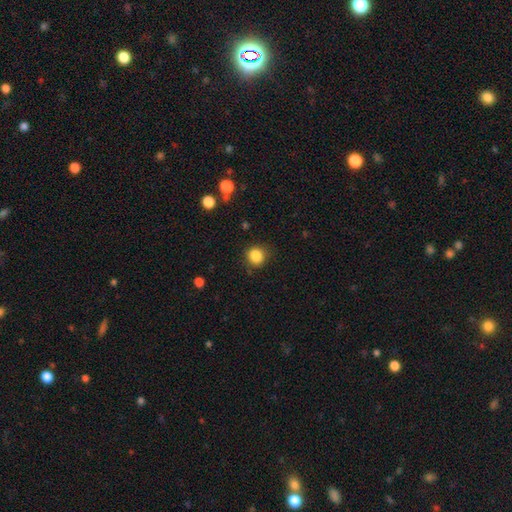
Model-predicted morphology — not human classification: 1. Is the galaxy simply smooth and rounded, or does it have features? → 85% smooth, 11% star or artifact, 4% featured or disk.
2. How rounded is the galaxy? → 84% round, 15% in between, 1% cigar-shaped.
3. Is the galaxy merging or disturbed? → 84% none, 12% minor disturbance, 3% major disturbance, 1% merger.